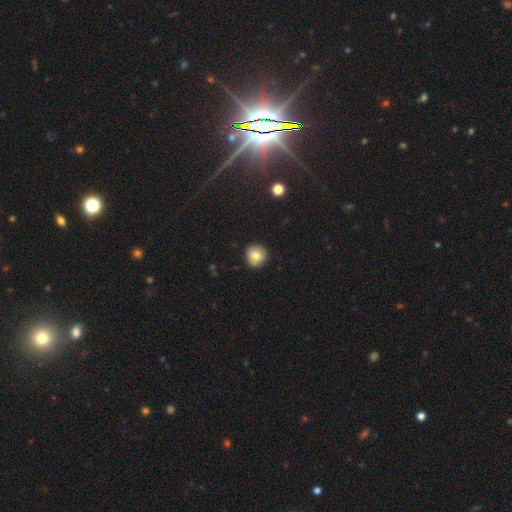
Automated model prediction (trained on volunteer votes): Smooth or featured: smooth — 79% (featured or disk — 12%)
How rounded: round — 91% (in between — 8%)
Merging: none — 86% (minor disturbance — 11%)